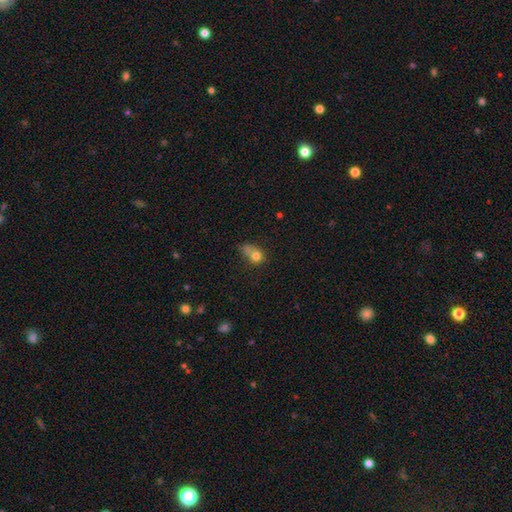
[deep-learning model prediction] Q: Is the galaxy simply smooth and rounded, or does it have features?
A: smooth — 74%.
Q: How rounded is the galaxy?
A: round — 54%.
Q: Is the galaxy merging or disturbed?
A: none — 28%.